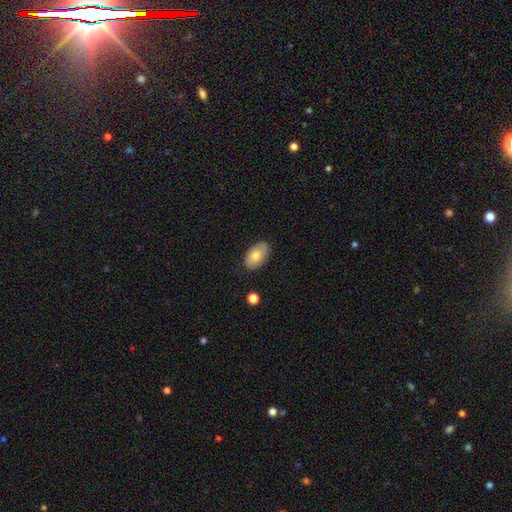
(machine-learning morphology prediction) Q: Smooth or featured?
A: smooth (78%); runner-up: featured or disk (15%)
Q: How rounded?
A: in between (92%); runner-up: round (6%)
Q: Merging?
A: none (81%); runner-up: minor disturbance (14%)